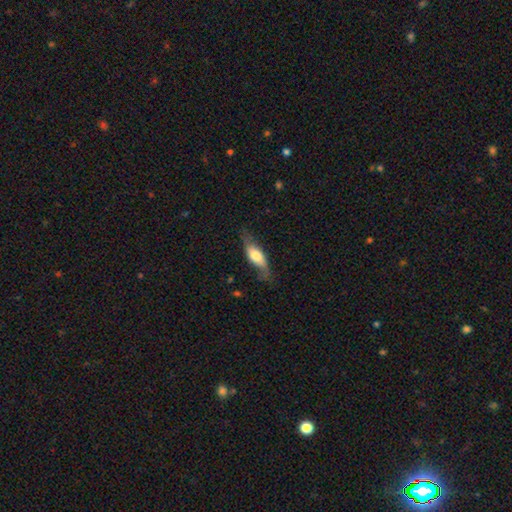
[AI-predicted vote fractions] Overall: smooth (56%; featured or disk 37%). How rounded: in between (69%). Merging: none (59%; minor disturbance 28%).